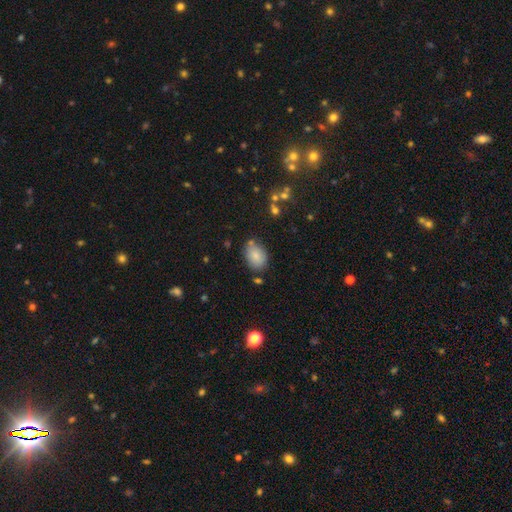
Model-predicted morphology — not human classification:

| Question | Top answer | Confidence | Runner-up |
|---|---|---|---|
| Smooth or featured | smooth | 83% | featured or disk (8%) |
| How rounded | in between | 80% | round (18%) |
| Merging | none | 70% | minor disturbance (19%) |